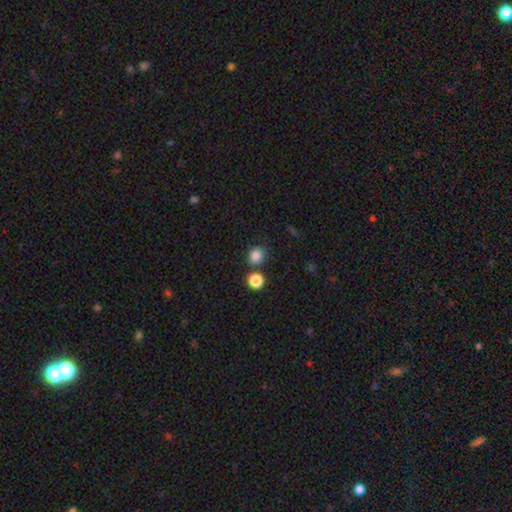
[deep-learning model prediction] Overall: smooth (84%). How rounded: round (80%). Merging: none (75%).